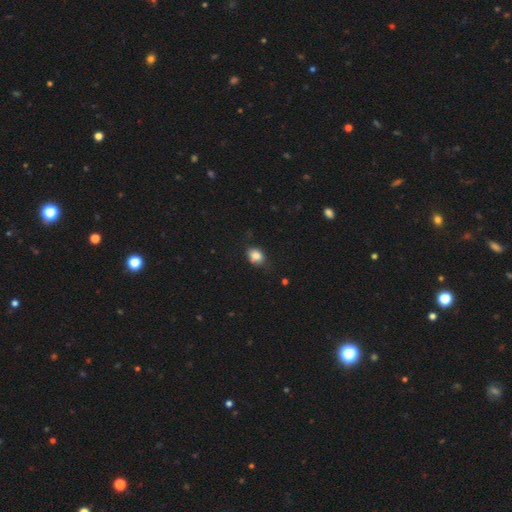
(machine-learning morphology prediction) The model was most divided on "how rounded": in between: 60%, round: 39%, cigar-shaped: 1%. More confident: smooth or featured — smooth (83%); merging — none (67%).